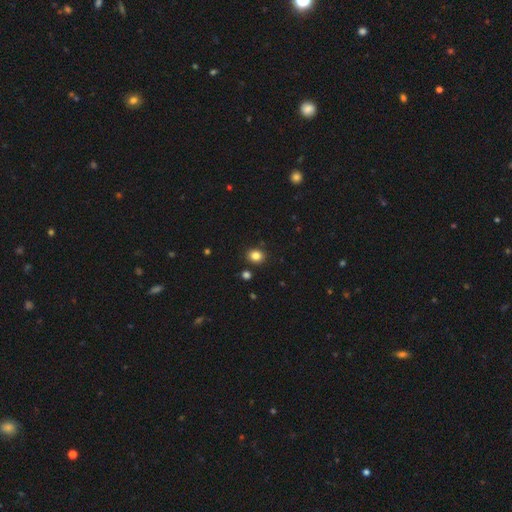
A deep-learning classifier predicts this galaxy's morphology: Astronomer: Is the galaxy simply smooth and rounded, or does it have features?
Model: smooth — 84%.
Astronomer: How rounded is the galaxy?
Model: round — 69%.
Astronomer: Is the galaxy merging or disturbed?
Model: none — 88%.